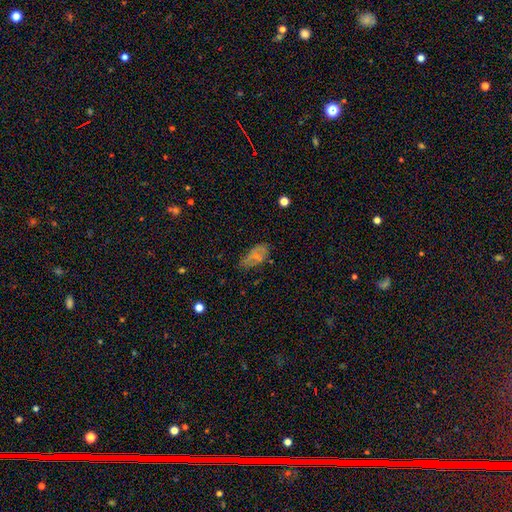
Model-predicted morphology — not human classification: smooth 55%, featured or disk 30%, star or artifact 15%. Down the decision tree: how rounded — in between (91%); merging — none (57%).